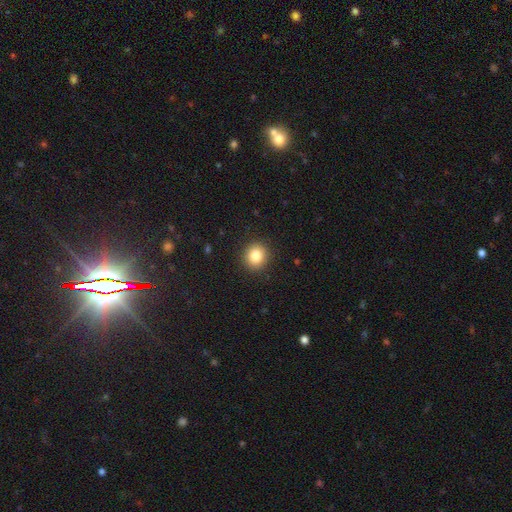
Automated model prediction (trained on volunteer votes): The model was most divided on "smooth or featured": smooth: 84%, star or artifact: 10%, featured or disk: 6%. More confident: merging — none (91%); how rounded — round (87%).